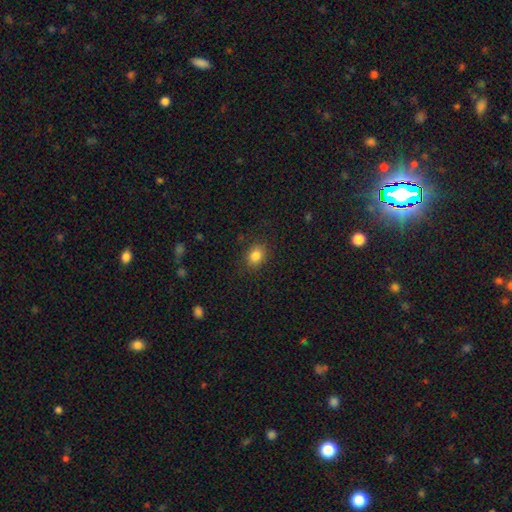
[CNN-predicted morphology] Smooth or featured?
  - smooth: 84% *
  - star or artifact: 10%
  - featured or disk: 6%
How rounded?
  - in between: 58% *
  - round: 41%
  - cigar-shaped: 1%
Merging?
  - none: 85% *
  - minor disturbance: 11%
  - major disturbance: 3%
  - merger: 1%